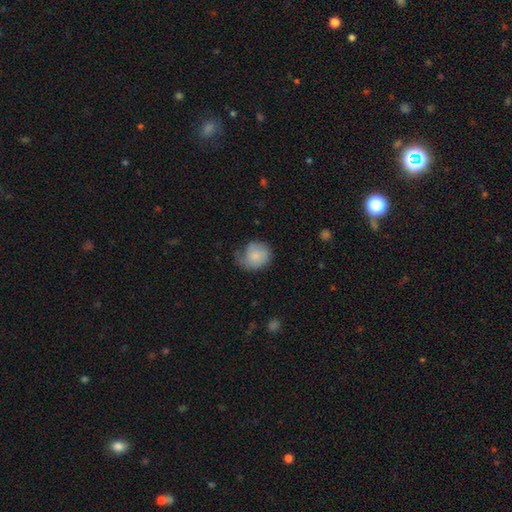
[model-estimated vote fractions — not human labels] smooth_or_featured: smooth (p=0.78) [alt: featured or disk p=0.16]
how_rounded: round (p=0.73) [alt: in between p=0.26]
merging: none (p=0.42) [alt: minor disturbance p=0.37]